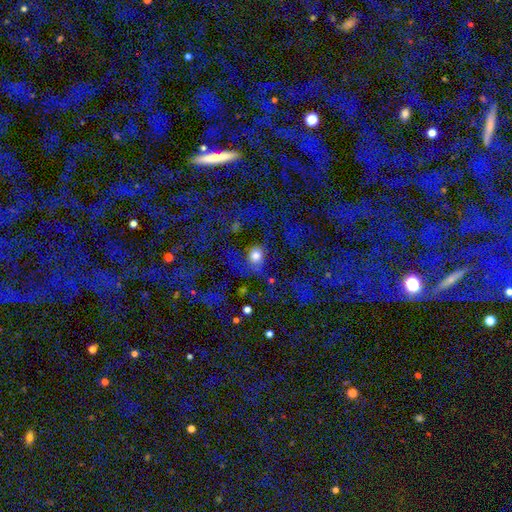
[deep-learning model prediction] smooth_or_featured: smooth (p=0.59) [alt: star or artifact p=0.23]
how_rounded: round (p=0.64) [alt: in between p=0.33]
merging: none (p=0.48) [alt: major disturbance p=0.24]